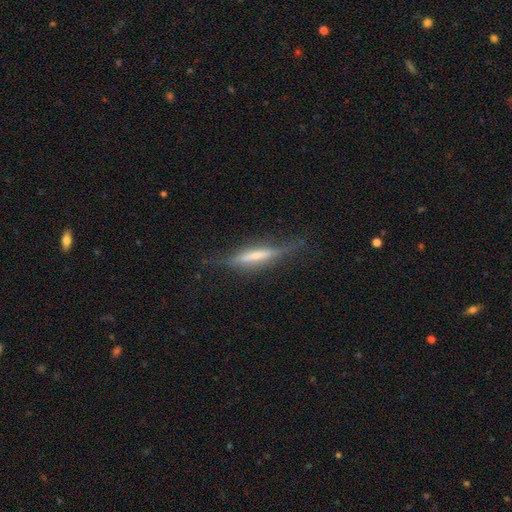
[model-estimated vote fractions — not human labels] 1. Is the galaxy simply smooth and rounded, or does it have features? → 56% featured or disk, 37% smooth, 7% star or artifact.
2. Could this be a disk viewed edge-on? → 91% yes, 9% no.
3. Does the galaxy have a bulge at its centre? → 43% none, 35% rounded, 21% boxy.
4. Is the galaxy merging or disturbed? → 71% none, 20% minor disturbance, 8% major disturbance, 2% merger.